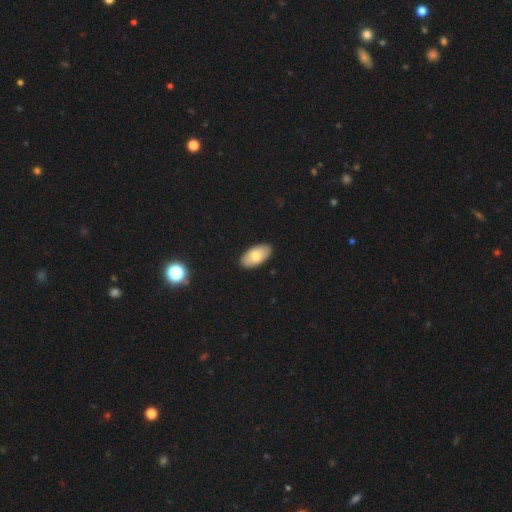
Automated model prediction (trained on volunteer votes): Smooth or featured?
  - smooth: 77% *
  - featured or disk: 17%
  - star or artifact: 6%
How rounded?
  - in between: 95% *
  - cigar-shaped: 3%
  - round: 2%
Merging?
  - none: 89% *
  - minor disturbance: 8%
  - major disturbance: 2%
  - merger: 1%